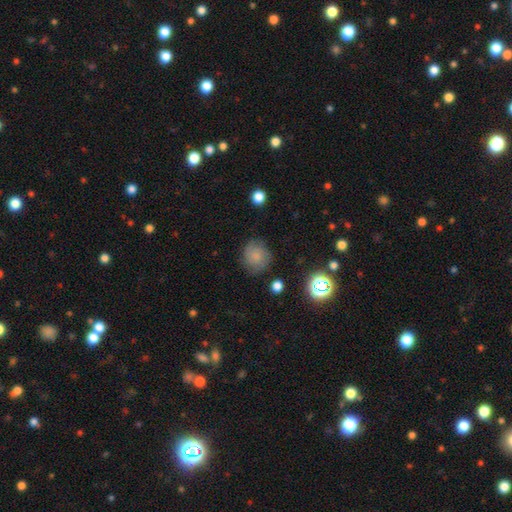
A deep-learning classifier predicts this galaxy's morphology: Smooth or featured? Predicted: smooth (p=0.70). How rounded? Predicted: round (p=0.86). Merging? Predicted: none (p=0.76).